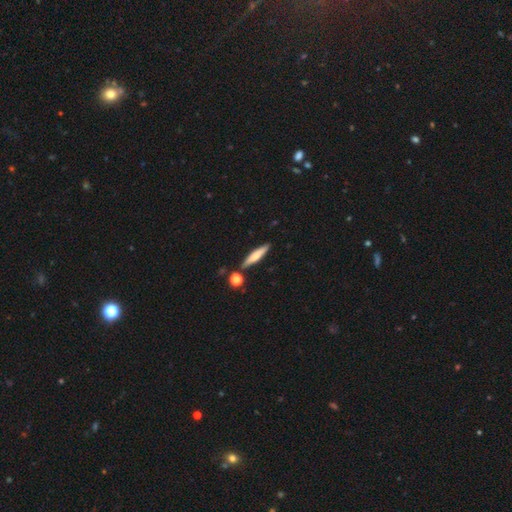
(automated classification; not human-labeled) Smooth or featured?
  - smooth: 59% *
  - featured or disk: 35%
  - star or artifact: 7%
How rounded?
  - cigar-shaped: 86% *
  - in between: 11%
  - round: 2%
Merging?
  - none: 83% *
  - minor disturbance: 9%
  - merger: 6%
  - major disturbance: 2%